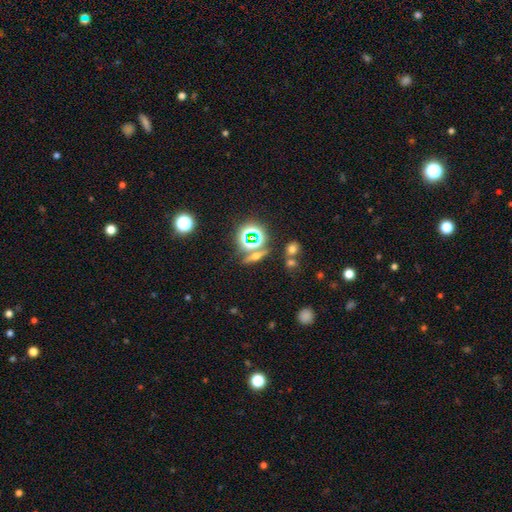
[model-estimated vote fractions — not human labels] The model was most divided on "smooth or featured": star or artifact: 41%, featured or disk: 29%, smooth: 29%.